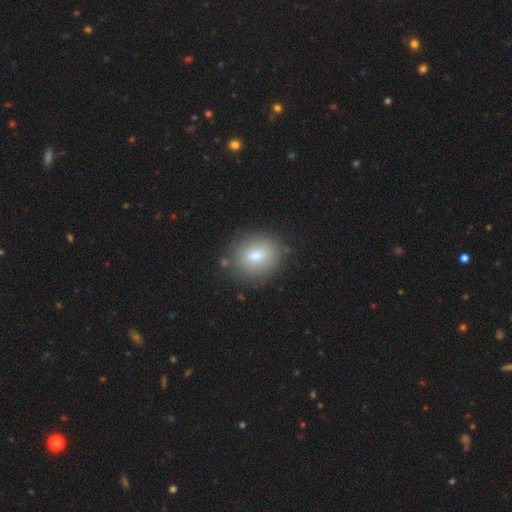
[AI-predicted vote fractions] The model was most divided on "how rounded": round: 64%, in between: 34%, cigar-shaped: 1%. More confident: merging — none (83%); smooth or featured — smooth (75%).